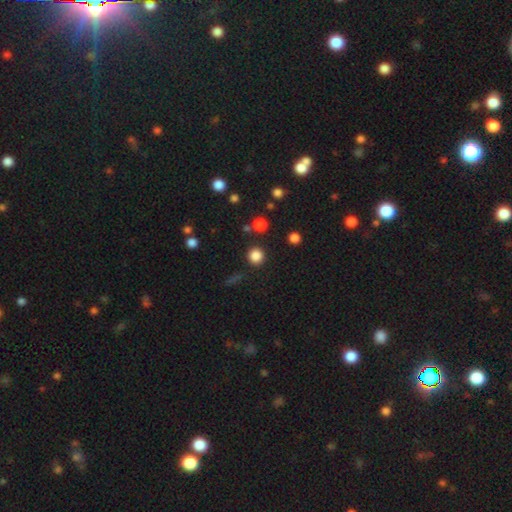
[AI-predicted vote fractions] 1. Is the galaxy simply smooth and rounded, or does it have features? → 83% smooth, 13% star or artifact, 4% featured or disk.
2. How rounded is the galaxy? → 93% round, 6% in between, 1% cigar-shaped.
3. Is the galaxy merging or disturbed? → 88% none, 6% minor disturbance, 3% merger, 3% major disturbance.